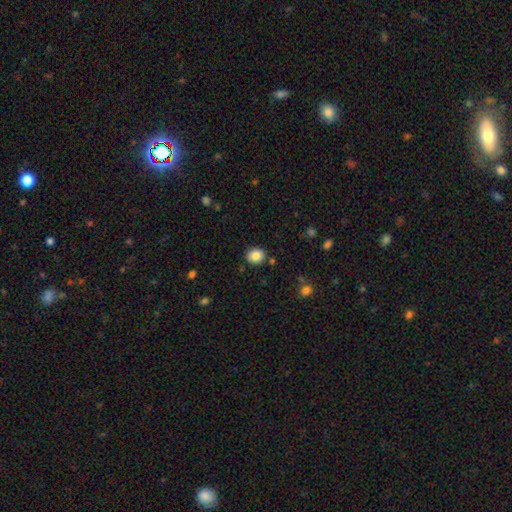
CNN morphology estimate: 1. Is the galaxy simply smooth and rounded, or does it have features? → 85% smooth, 9% star or artifact, 6% featured or disk.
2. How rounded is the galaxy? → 77% round, 22% in between, 1% cigar-shaped.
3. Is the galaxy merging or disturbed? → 87% none, 8% minor disturbance, 3% merger, 2% major disturbance.